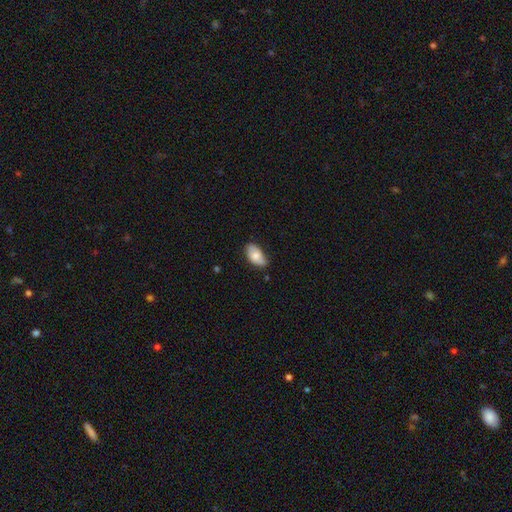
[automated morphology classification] This is likely a smooth galaxy (74%). How rounded: clearly in between (94%). Merging: likely none (65%).